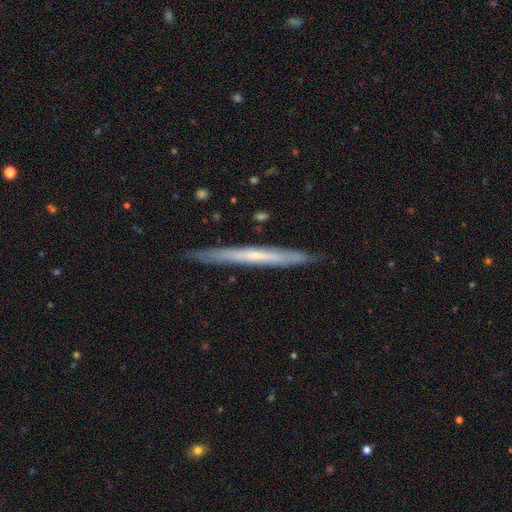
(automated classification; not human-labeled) The model was most divided on "smooth or featured": featured or disk: 58%, smooth: 37%, star or artifact: 6%. More confident: edge-on disk — yes (94%); merging — none (88%); edge-on bulge — none (75%).